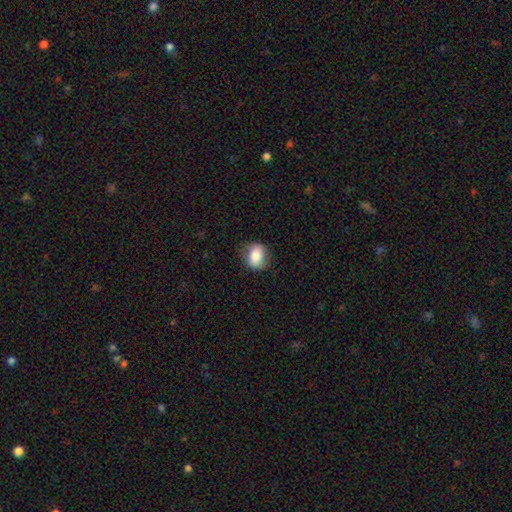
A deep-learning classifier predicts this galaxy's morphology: The model was most divided on "how rounded": in between: 56%, round: 42%, cigar-shaped: 2%. More confident: smooth or featured — smooth (79%); merging — none (79%).